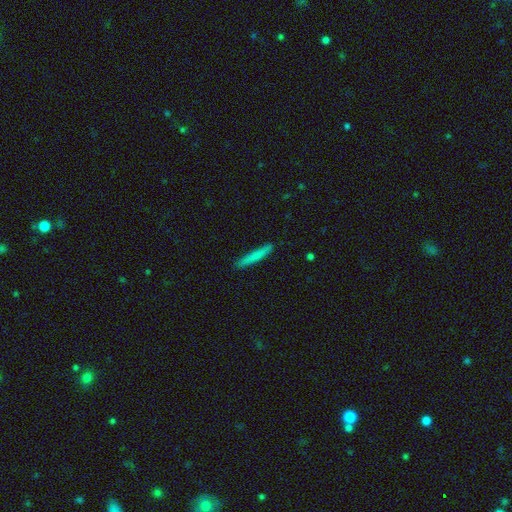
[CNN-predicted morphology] type=smooth (77%); roundness=cigar-shaped (95%); merging=none (88%).